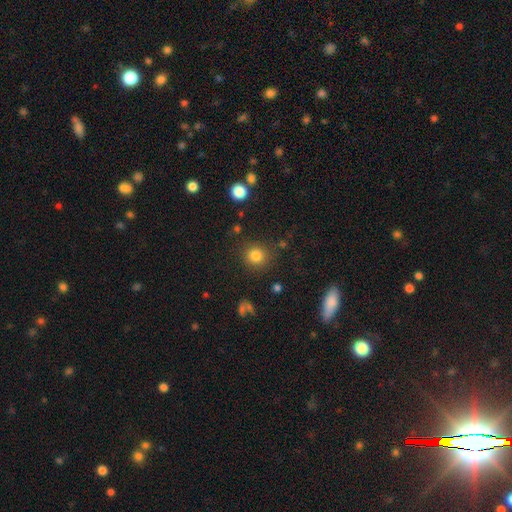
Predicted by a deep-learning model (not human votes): Smooth or featured: smooth — 82% (star or artifact — 13%)
How rounded: round — 91% (in between — 8%)
Merging: none — 86% (minor disturbance — 8%)